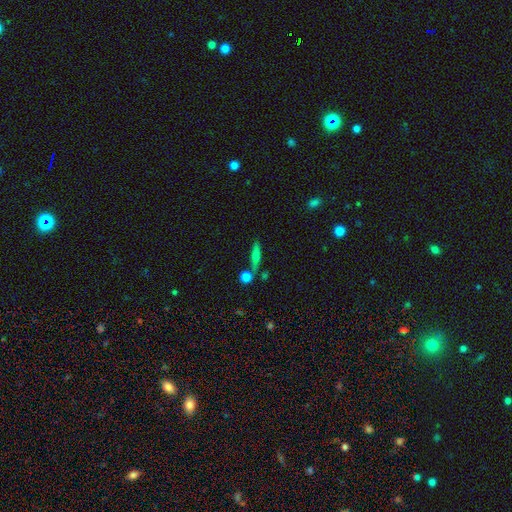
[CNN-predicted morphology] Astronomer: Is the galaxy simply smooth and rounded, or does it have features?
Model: smooth — 57% (runner-up: featured or disk, 32%).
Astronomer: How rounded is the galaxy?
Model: cigar-shaped — 73%.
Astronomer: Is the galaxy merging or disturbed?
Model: none — 68%.